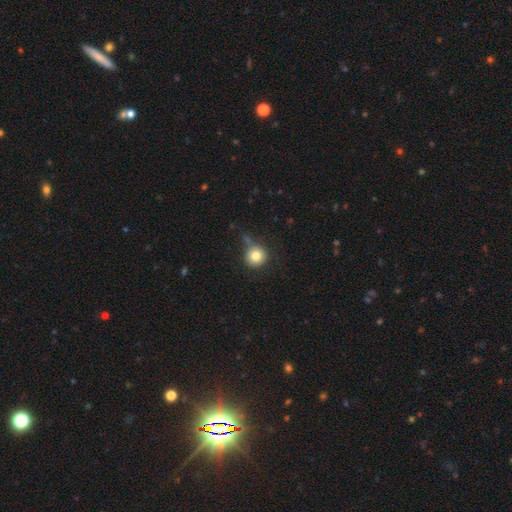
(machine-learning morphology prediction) Overall: smooth (82%). How rounded: round (94%). Merging: none (70%).